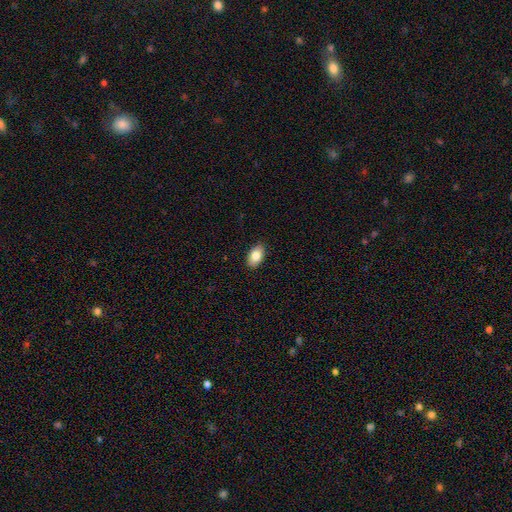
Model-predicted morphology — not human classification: A smooth galaxy with no disk features (83%) that is in between round and cigar-shaped (92%). Merging: none (89%).